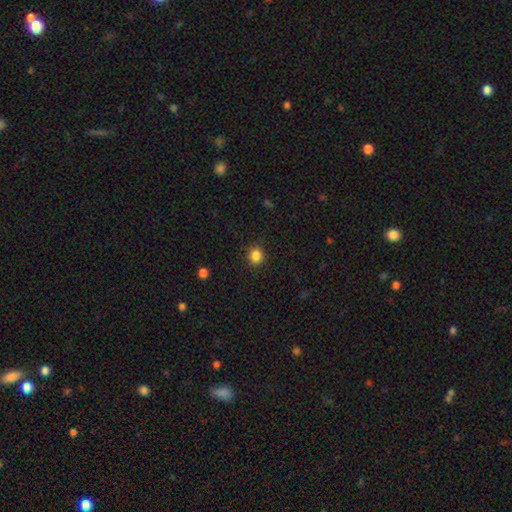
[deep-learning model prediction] Smooth or featured: smooth — 85% (star or artifact — 11%)
How rounded: round — 85% (in between — 14%)
Merging: none — 90% (minor disturbance — 7%)